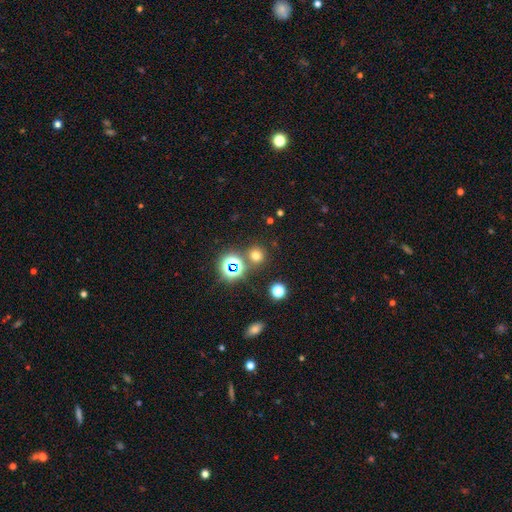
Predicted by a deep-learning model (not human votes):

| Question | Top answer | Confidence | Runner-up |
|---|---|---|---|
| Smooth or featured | smooth | 63% | star or artifact (30%) |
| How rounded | round | 91% | in between (8%) |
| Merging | none | 81% | merger (8%) |